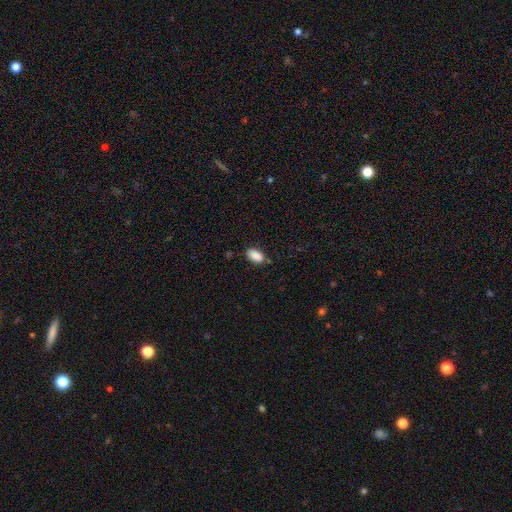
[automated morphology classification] Smooth or featured? smooth (88%)
How rounded? in between (93%)
Merging? none (81%)